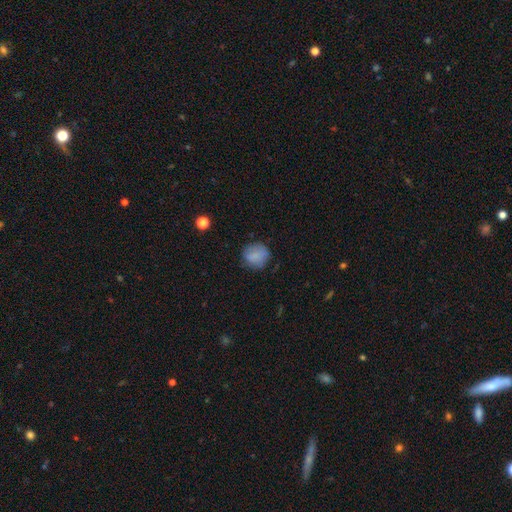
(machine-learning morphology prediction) smooth 82%, star or artifact 9%, featured or disk 9%. Down the decision tree: how rounded — round (81%); merging — none (75%).